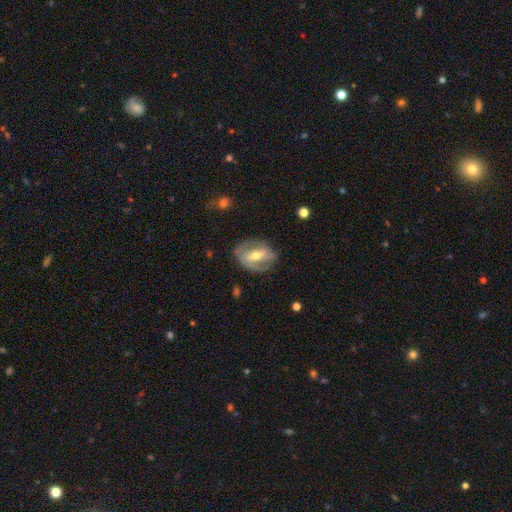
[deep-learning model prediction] Smooth or featured? Predicted: featured or disk (p=0.69). Edge-on disk? Predicted: no (p=0.92). Bar? Predicted: strong (p=0.49). Spiral arms? Predicted: yes (p=0.59). Bulge size? Predicted: moderate (p=0.61). Merging? Predicted: none (p=0.69).